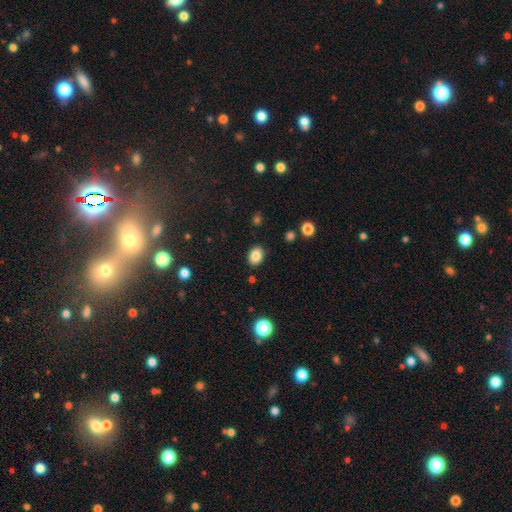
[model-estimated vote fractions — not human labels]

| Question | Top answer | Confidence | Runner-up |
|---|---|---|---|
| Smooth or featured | smooth | 85% | star or artifact (9%) |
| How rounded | in between | 68% | round (31%) |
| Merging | none | 86% | minor disturbance (9%) |